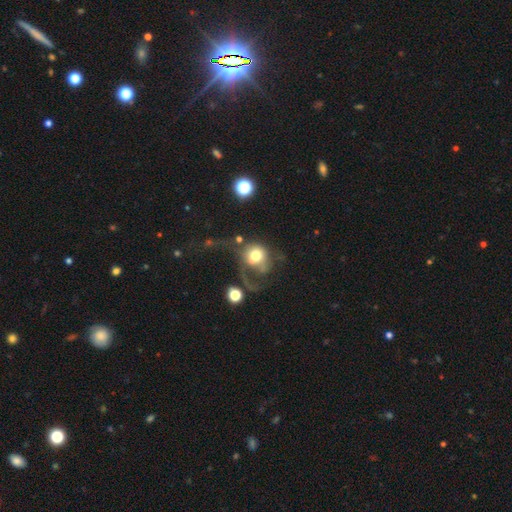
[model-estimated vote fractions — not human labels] The model was most divided on "merging": major disturbance: 53%, none: 22%, minor disturbance: 14%, merger: 12%. More confident: how rounded — round (78%); smooth or featured — smooth (61%).